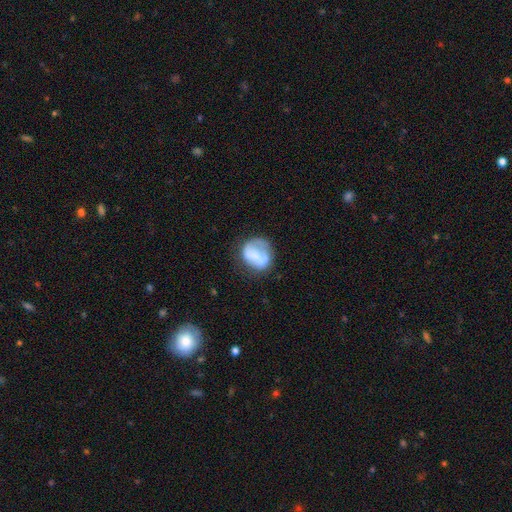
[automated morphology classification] Smooth or featured? Predicted: smooth (p=0.62). How rounded? Predicted: round (p=0.69). Merging? Predicted: none (p=0.48).